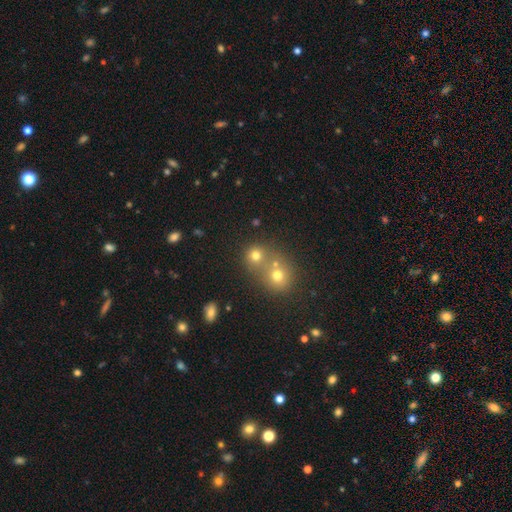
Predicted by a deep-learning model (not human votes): Q: Smooth or featured?
A: smooth (71%); runner-up: star or artifact (17%)
Q: How rounded?
A: round (83%); runner-up: in between (16%)
Q: Merging?
A: none (46%); runner-up: merger (44%)